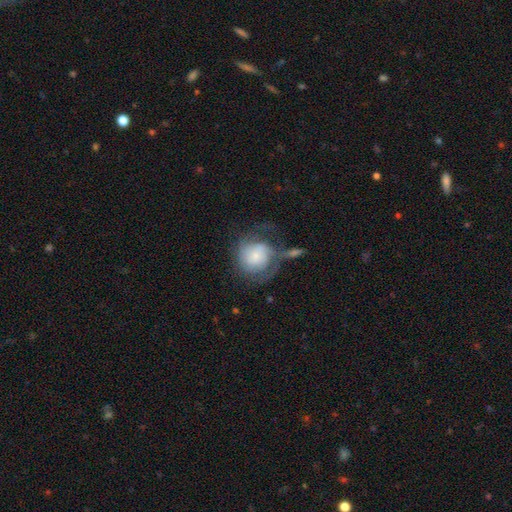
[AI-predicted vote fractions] featured or disk 49%, smooth 43%, star or artifact 8%. Down the decision tree: merging — major disturbance (35%).